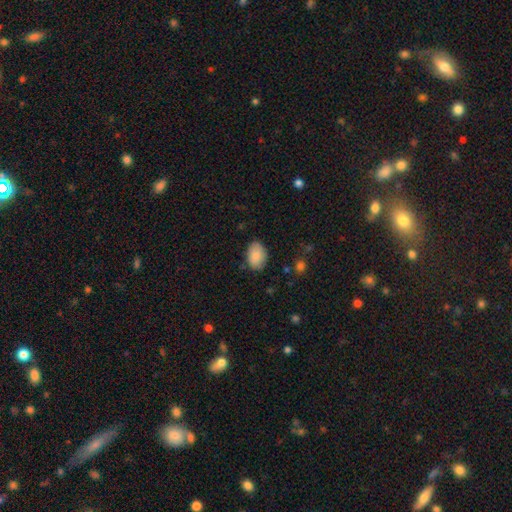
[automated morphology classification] Overall: smooth (89%). How rounded: in between (85%). Merging: none (81%).